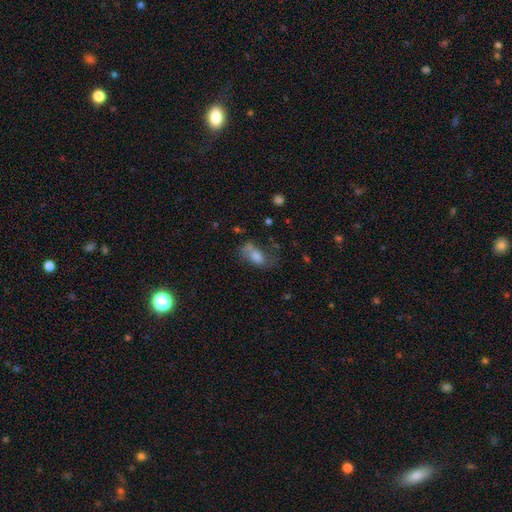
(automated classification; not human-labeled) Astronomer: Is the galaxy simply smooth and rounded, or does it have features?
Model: smooth — 70%.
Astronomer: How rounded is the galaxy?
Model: in between — 87%.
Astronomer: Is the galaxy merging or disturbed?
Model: none — 37% (runner-up: minor disturbance, 27%).